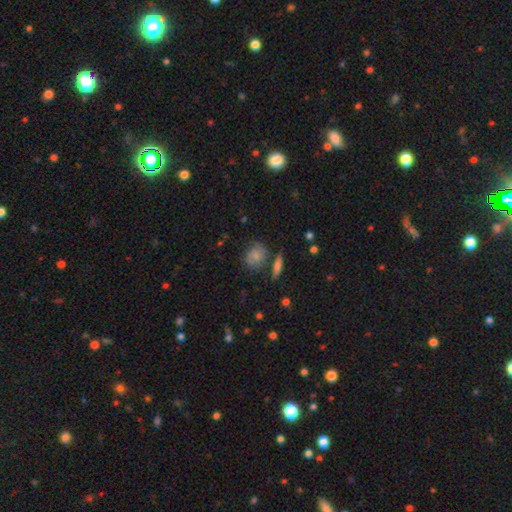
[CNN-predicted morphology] Q: Smooth or featured?
A: smooth (72%); runner-up: featured or disk (18%)
Q: How rounded?
A: round (59%); runner-up: in between (38%)
Q: Merging?
A: none (64%); runner-up: minor disturbance (19%)